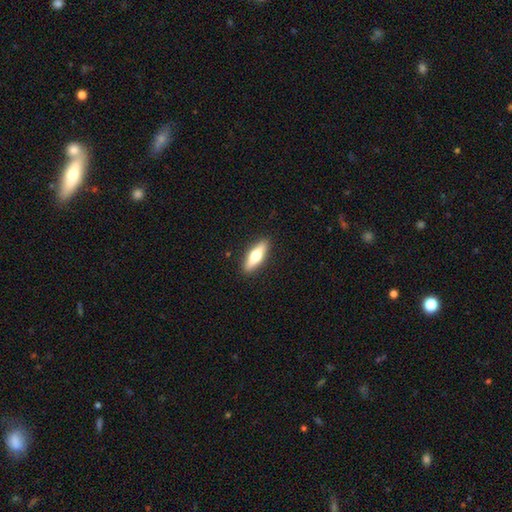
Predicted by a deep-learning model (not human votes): A smooth galaxy with no disk features (52%) that is cigar-shaped (55%). Merging: none (90%).